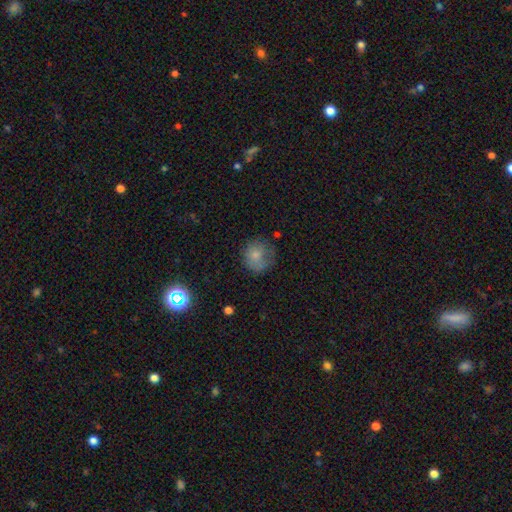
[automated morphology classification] smooth 74%, featured or disk 15%, star or artifact 11%. Down the decision tree: how rounded — round (83%); merging — none (59%).